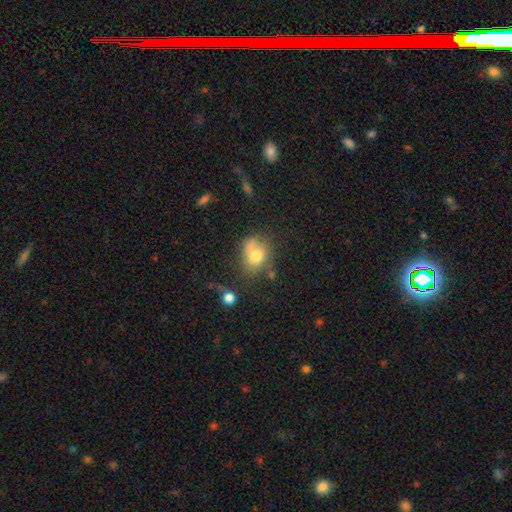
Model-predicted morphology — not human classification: The model was most divided on "how rounded": in between: 54%, round: 45%, cigar-shaped: 1%. Remaining: smooth or featured — smooth (70%); merging — none (43%).